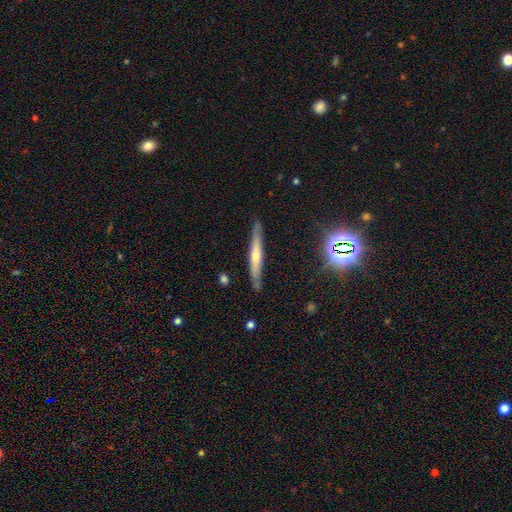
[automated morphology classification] Smooth or featured: featured or disk — 58% (smooth — 32%)
Edge-on disk: yes — 93% (no — 7%)
Edge-on bulge: rounded — 65% (none — 28%)
Merging: none — 86% (minor disturbance — 11%)